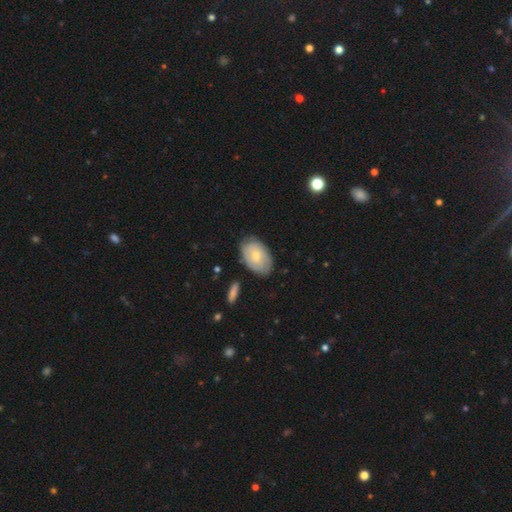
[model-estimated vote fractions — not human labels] Smooth or featured?
  - smooth: 54% *
  - featured or disk: 40%
  - star or artifact: 6%
How rounded?
  - in between: 88% *
  - round: 11%
  - cigar-shaped: 1%
Merging?
  - none: 75% *
  - minor disturbance: 19%
  - major disturbance: 4%
  - merger: 2%